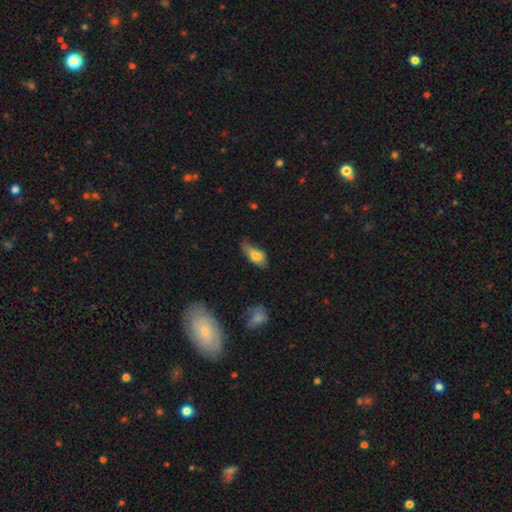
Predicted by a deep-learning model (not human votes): Smooth or featured: smooth — 71% (featured or disk — 21%)
How rounded: in between — 82% (cigar-shaped — 13%)
Merging: none — 39% (minor disturbance — 37%)